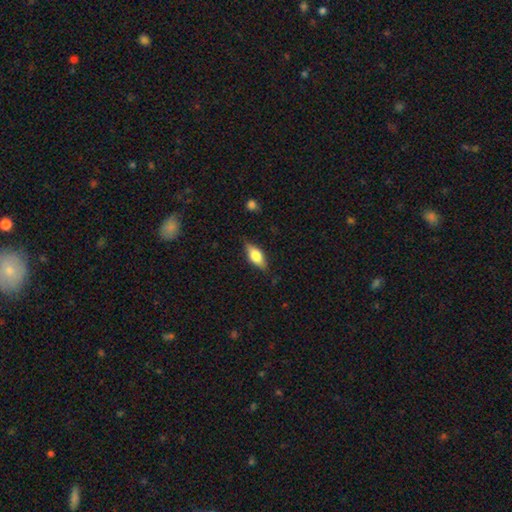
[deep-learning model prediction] Overall: smooth (61%; featured or disk 32%). How rounded: in between (77%). Merging: none (81%).